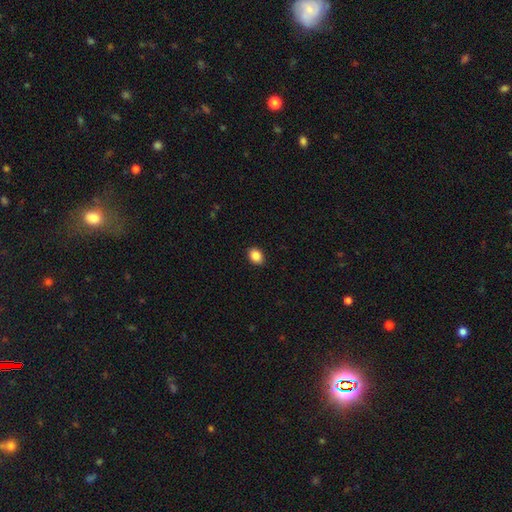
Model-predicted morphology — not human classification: smooth-or-featured: smooth: 87% | star or artifact: 9% | featured or disk: 4%
  how-rounded: in between: 60% | round: 39% | cigar-shaped: 1%
  merging: none: 91% | minor disturbance: 7% | major disturbance: 2% | merger: 1%